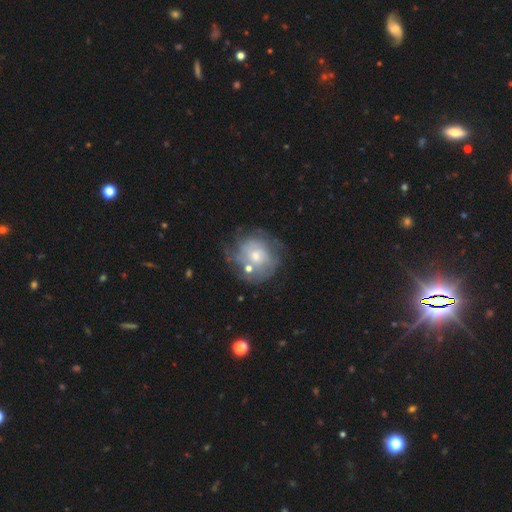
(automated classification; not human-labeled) This is possibly a featured or disk galaxy (59%). It is clearly not viewed edge-on (97%). Bar: likely no (78%). Spiral arm pattern: likely yes (63%). Central bulge: possibly moderate (49%). Merging: possibly none (54%).